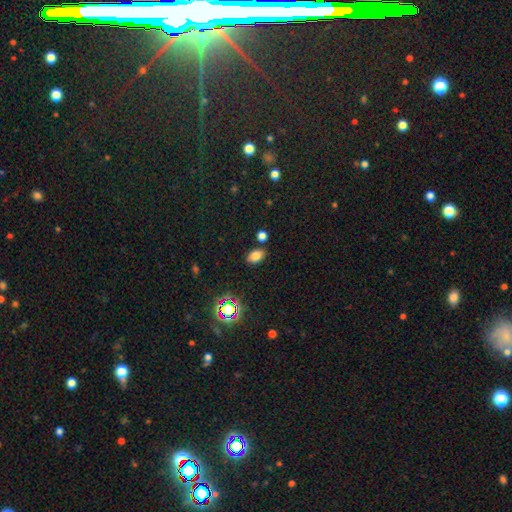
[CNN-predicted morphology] smooth_or_featured: smooth (p=0.76) [alt: star or artifact p=0.16]
how_rounded: in between (p=0.85) [alt: round p=0.13]
merging: none (p=0.82) [alt: minor disturbance p=0.10]